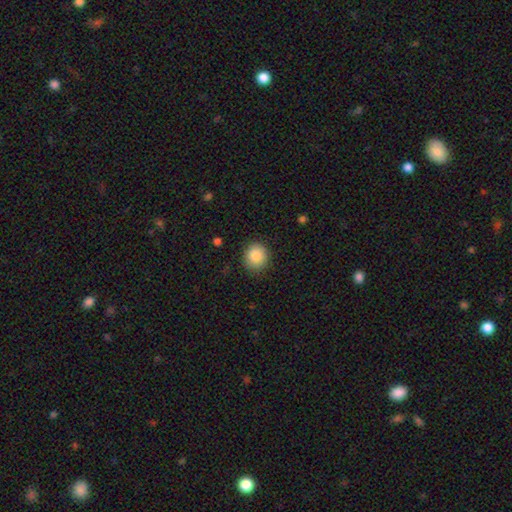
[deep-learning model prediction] Overall: smooth (86%). How rounded: round (85%). Merging: none (87%).